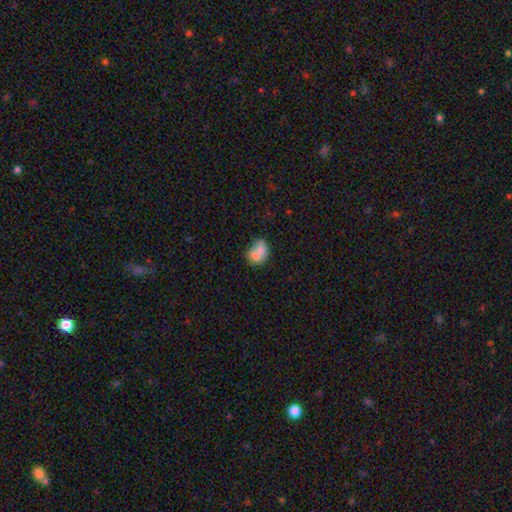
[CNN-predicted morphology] smooth 68%, featured or disk 23%, star or artifact 9%. Down the decision tree: how rounded — round (51%); merging — merger (62%).